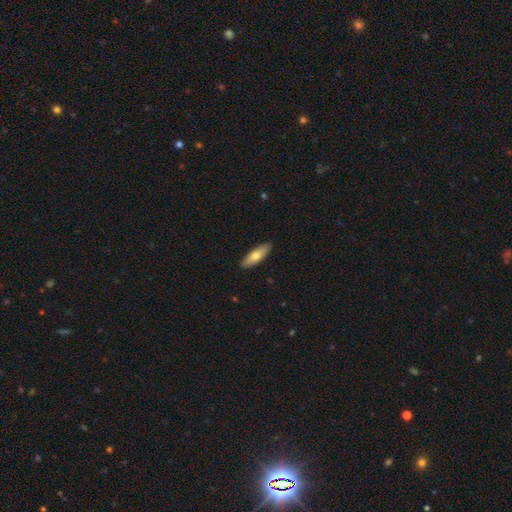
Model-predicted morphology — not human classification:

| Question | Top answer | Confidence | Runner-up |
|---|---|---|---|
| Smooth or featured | smooth | 70% | featured or disk (25%) |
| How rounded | in between | 54% | cigar-shaped (44%) |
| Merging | none | 90% | minor disturbance (7%) |